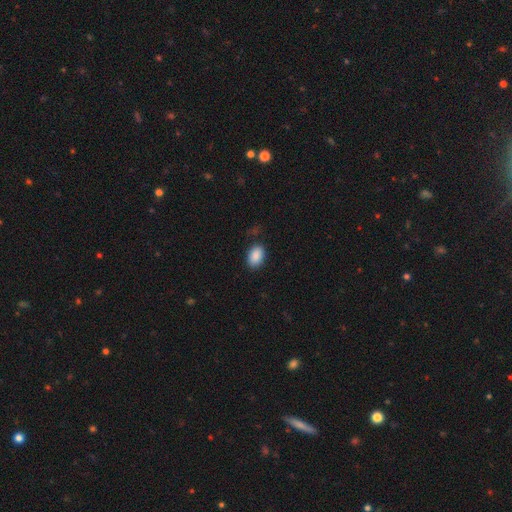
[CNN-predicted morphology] smooth 89%, star or artifact 7%, featured or disk 3%. Down the decision tree: how rounded — in between (89%); merging — none (83%).